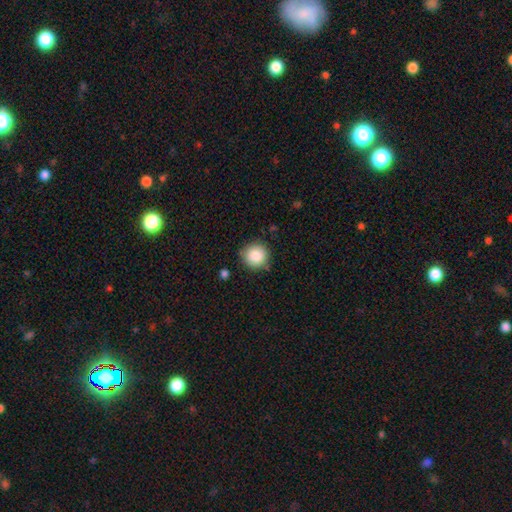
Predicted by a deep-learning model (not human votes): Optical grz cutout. It shows a smooth galaxy with no disk features (86%) that is round (94%). Merging: none (85%).